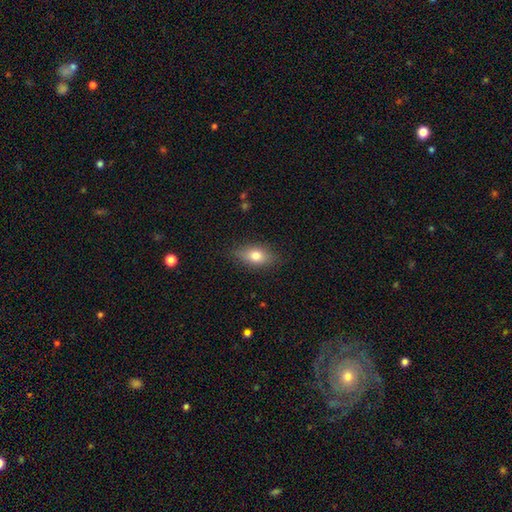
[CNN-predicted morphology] The model was most divided on "smooth or featured": smooth: 75%, featured or disk: 17%, star or artifact: 8%. More confident: merging — none (82%); how rounded — in between (82%).